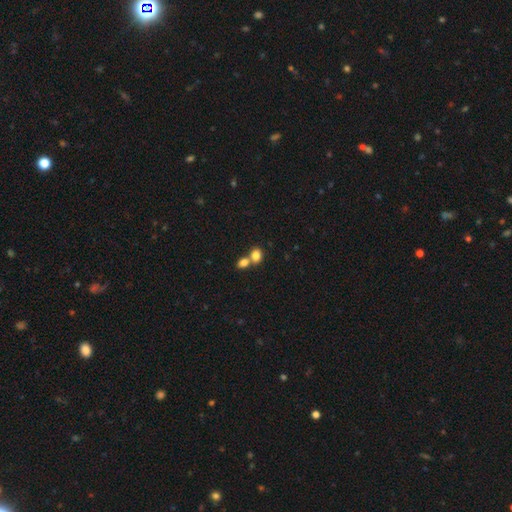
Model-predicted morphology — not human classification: Smooth or featured? Predicted: smooth (p=0.81). How rounded? Predicted: in between (p=0.50). Merging? Predicted: merger (p=0.54).